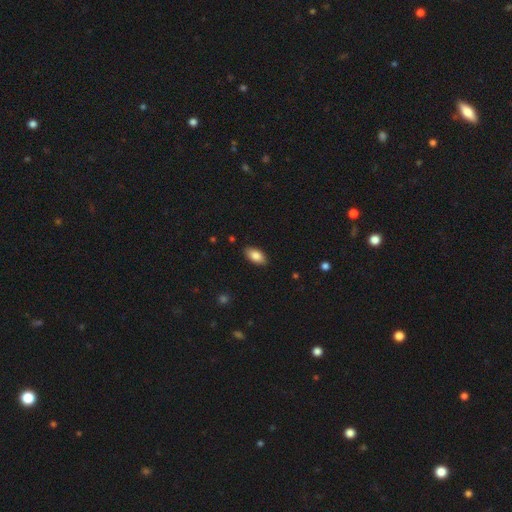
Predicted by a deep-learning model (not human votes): smooth_or_featured: smooth (p=0.85) [alt: featured or disk p=0.08]
how_rounded: in between (p=0.92) [alt: cigar-shaped p=0.05]
merging: none (p=0.88) [alt: minor disturbance p=0.09]